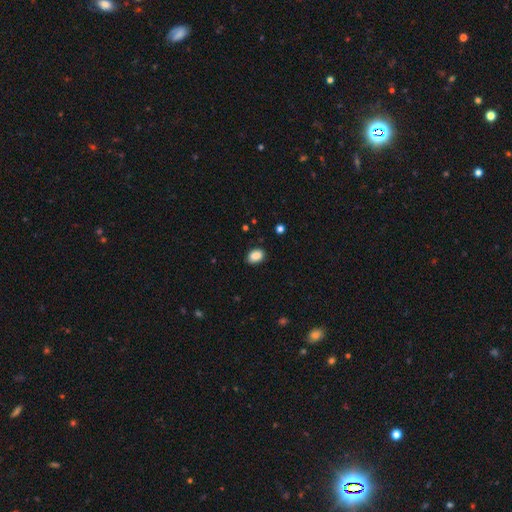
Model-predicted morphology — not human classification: Q: Smooth or featured?
A: smooth (89%); runner-up: star or artifact (8%)
Q: How rounded?
A: in between (82%); runner-up: round (17%)
Q: Merging?
A: none (86%); runner-up: minor disturbance (11%)